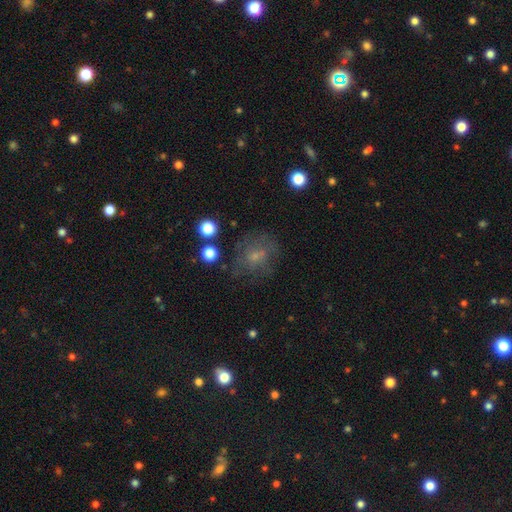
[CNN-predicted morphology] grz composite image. It shows a smooth galaxy with no disk features (47%). Merging: none (58%).